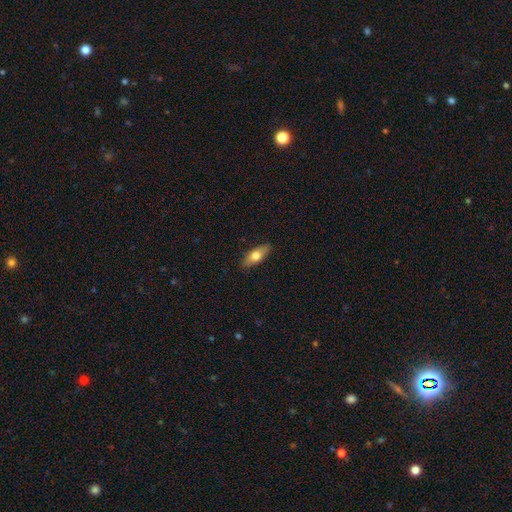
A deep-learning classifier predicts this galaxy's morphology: Overall: smooth (66%; featured or disk 28%). How rounded: in between (67%; cigar-shaped 29%). Merging: none (87%).